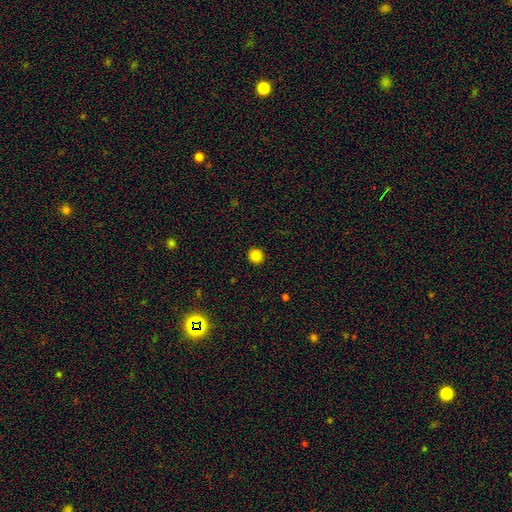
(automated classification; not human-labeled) A smooth galaxy with no disk features (84%) that is round (94%). Merging: none (93%).